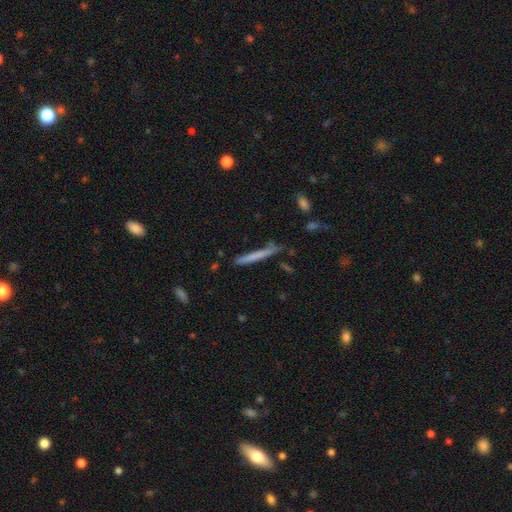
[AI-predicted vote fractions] Smooth or featured: smooth — 62% (featured or disk — 31%)
How rounded: cigar-shaped — 96% (in between — 3%)
Merging: none — 77% (minor disturbance — 16%)